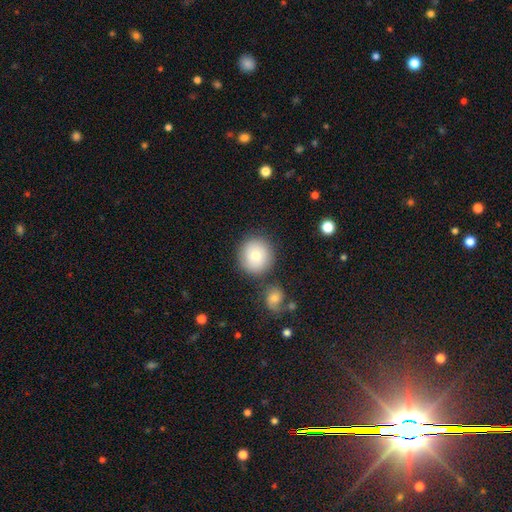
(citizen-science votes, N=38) Morphology: type=smooth (71%); roundness=round (85%); merging=none (89%).